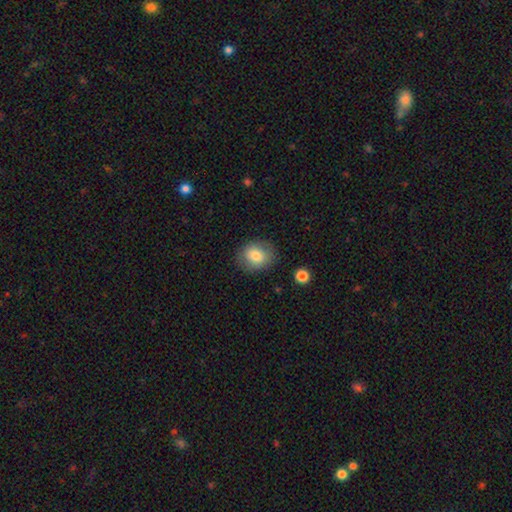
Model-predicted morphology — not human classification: Smooth or featured: smooth — 80% (featured or disk — 12%)
How rounded: round — 58% (in between — 41%)
Merging: none — 83% (minor disturbance — 12%)